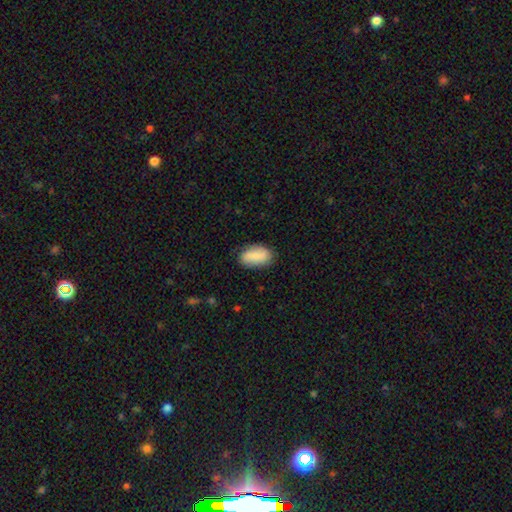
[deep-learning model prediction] Overall: smooth (86%). How rounded: in between (92%). Merging: none (80%).